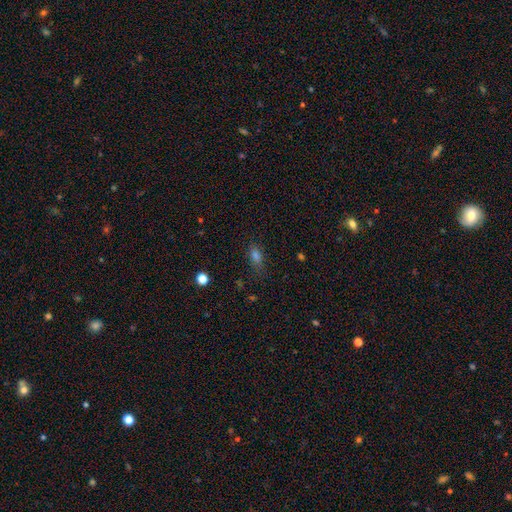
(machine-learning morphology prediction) Overall: smooth (70%). How rounded: in between (76%). Merging: none (69%).